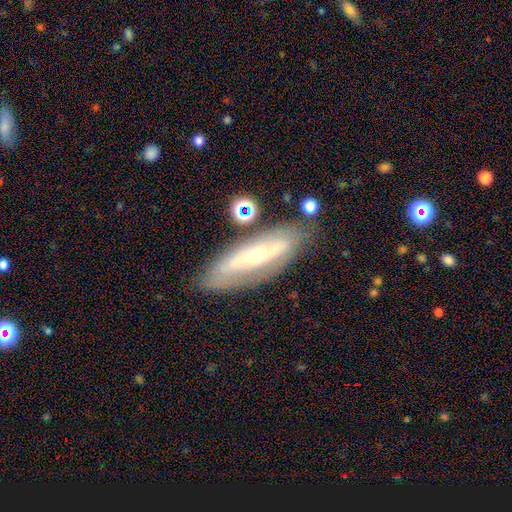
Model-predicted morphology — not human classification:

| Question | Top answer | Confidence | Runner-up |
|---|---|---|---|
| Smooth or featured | featured or disk | 70% | smooth (23%) |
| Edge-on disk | no | 72% | yes (28%) |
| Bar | no | 45% | strong (32%) |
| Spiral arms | yes | 56% | no (44%) |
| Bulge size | small | 59% | moderate (36%) |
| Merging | none | 76% | minor disturbance (15%) |